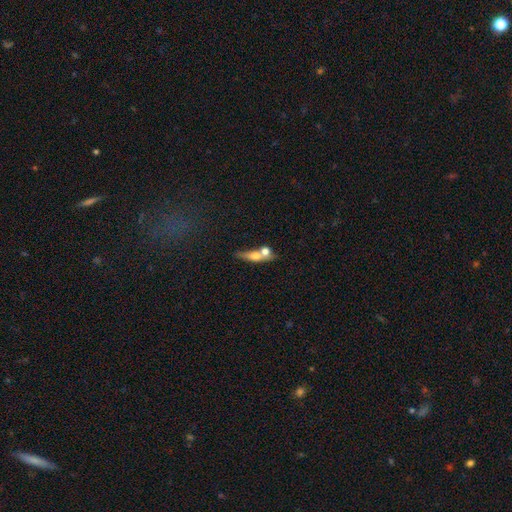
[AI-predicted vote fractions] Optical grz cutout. It shows a smooth galaxy with no disk features (54%) that is cigar-shaped (45%). Merging: merger (49%).